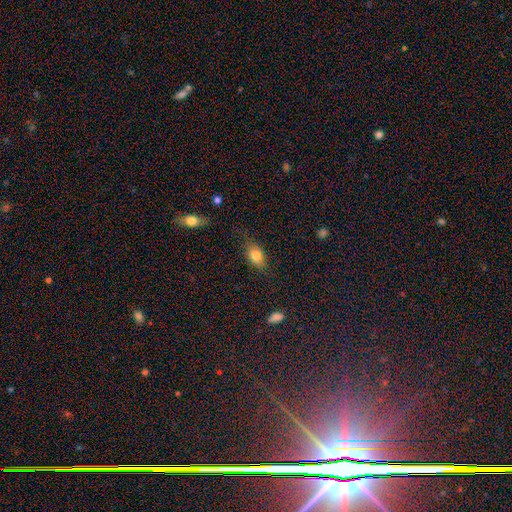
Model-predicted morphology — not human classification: smooth 78%, featured or disk 13%, star or artifact 9%. Down the decision tree: how rounded — in between (84%); merging — none (73%).